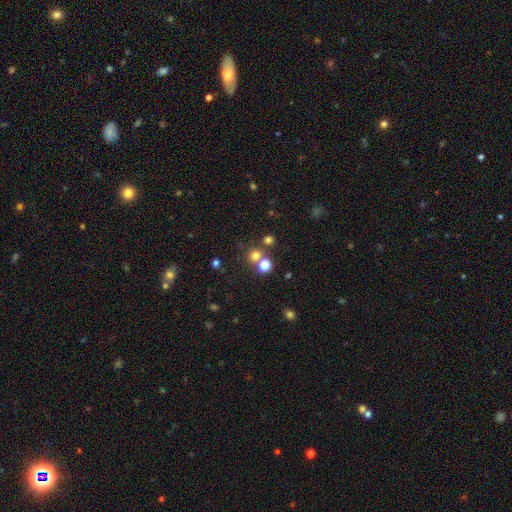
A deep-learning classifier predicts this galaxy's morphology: smooth_or_featured: smooth (p=0.69) [alt: star or artifact p=0.23]
how_rounded: round (p=0.89) [alt: in between p=0.10]
merging: none (p=0.65) [alt: merger p=0.24]